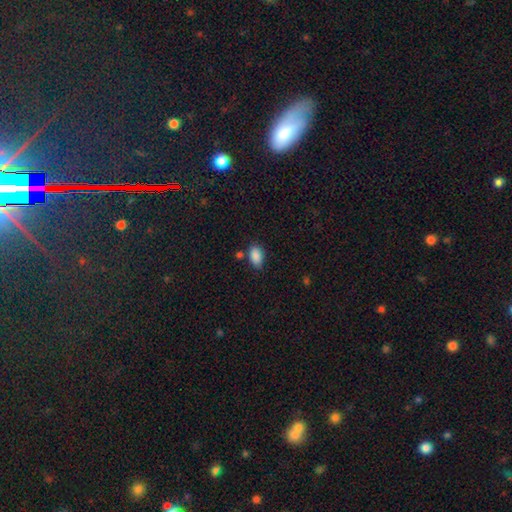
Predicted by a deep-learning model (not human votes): Smooth or featured: smooth — 88% (star or artifact — 8%)
How rounded: in between — 91% (round — 7%)
Merging: none — 73% (minor disturbance — 17%)